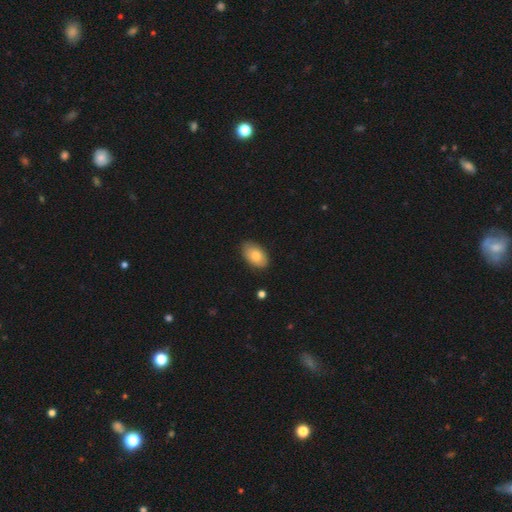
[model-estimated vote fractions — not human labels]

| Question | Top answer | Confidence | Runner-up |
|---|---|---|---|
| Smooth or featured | smooth | 78% | featured or disk (15%) |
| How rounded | in between | 92% | round (7%) |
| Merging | none | 84% | minor disturbance (13%) |